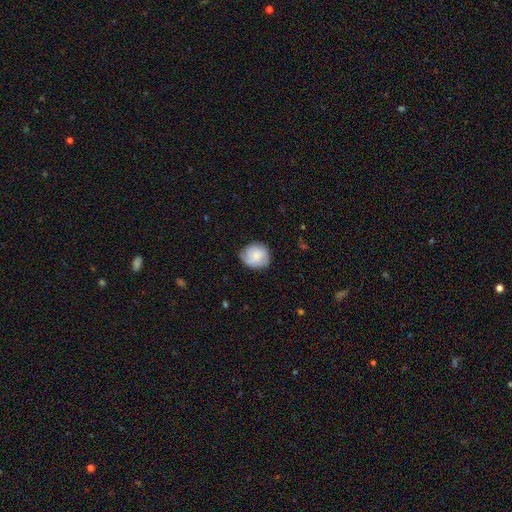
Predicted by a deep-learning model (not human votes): smooth 74%, featured or disk 20%, star or artifact 7%. Down the decision tree: how rounded — round (81%); merging — none (75%).